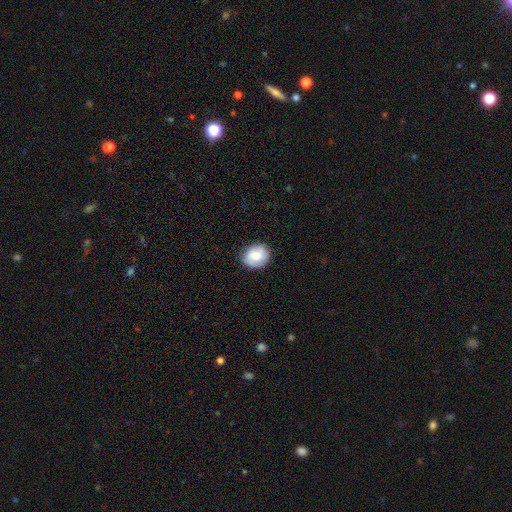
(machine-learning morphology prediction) A smooth galaxy with no disk features (76%) that is round (65%).

Vote fractions:
- Smooth or featured? smooth: 76% / featured or disk: 17% / star or artifact: 8%
- How rounded? round: 65% / in between: 34% / cigar-shaped: 1%
- Merging? none: 85% / minor disturbance: 12% / major disturbance: 2% / merger: 1%